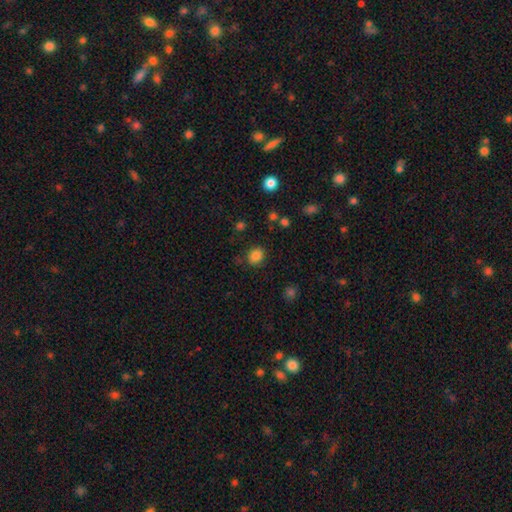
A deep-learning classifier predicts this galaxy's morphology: This is clearly a smooth galaxy (84%). How rounded: likely round (70%). Merging: clearly none (82%).